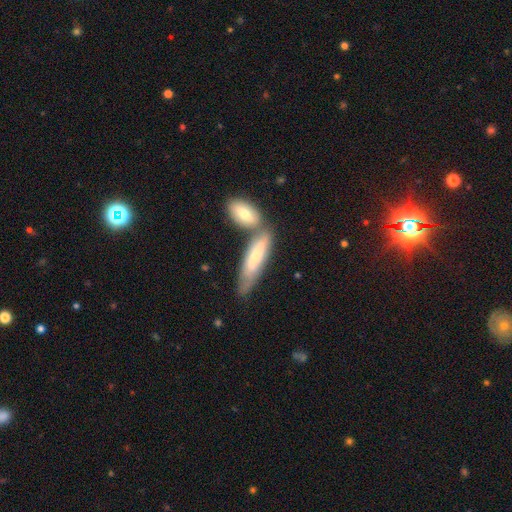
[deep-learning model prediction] Smooth or featured? smooth (63%)
How rounded? cigar-shaped (65%)
Merging? merger (41%)